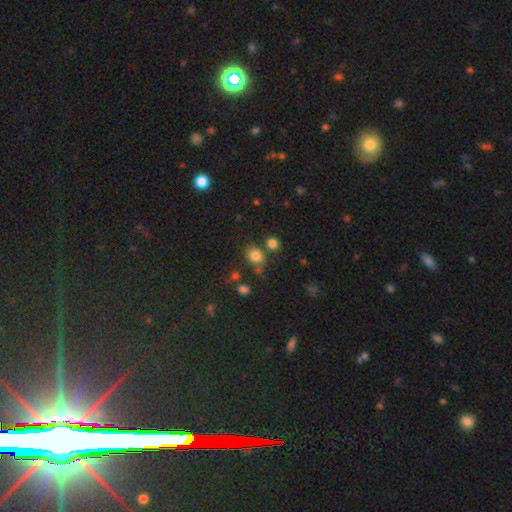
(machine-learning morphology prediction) This is likely a smooth galaxy (80%). How rounded: likely round (71%). Merging: likely none (69%).